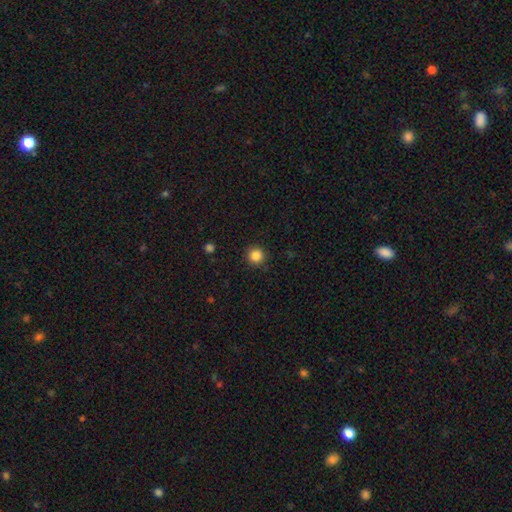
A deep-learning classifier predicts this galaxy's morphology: smooth-or-featured: smooth: 85% | star or artifact: 11% | featured or disk: 4%
  how-rounded: round: 95% | in between: 4% | cigar-shaped: 1%
  merging: none: 91% | minor disturbance: 6% | major disturbance: 2% | merger: 1%